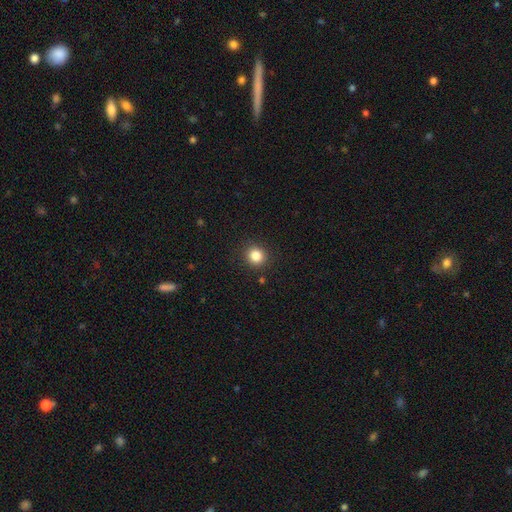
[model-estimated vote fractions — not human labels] This is clearly a smooth galaxy (84%). How rounded: clearly round (89%). Merging: clearly none (91%).